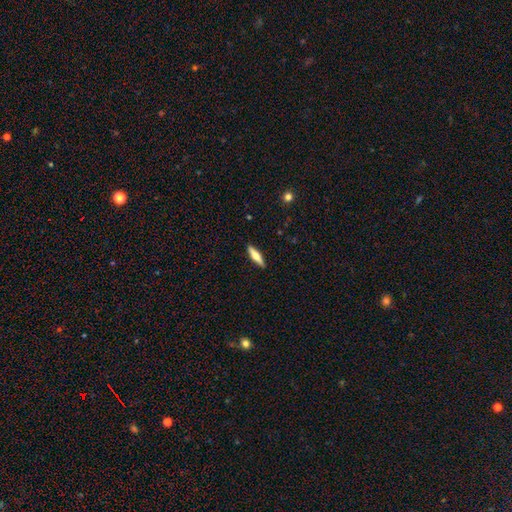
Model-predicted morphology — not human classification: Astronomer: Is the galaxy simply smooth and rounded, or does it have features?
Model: smooth — 53% (runner-up: featured or disk, 41%).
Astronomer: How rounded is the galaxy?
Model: cigar-shaped — 75%.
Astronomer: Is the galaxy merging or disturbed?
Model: none — 90%.